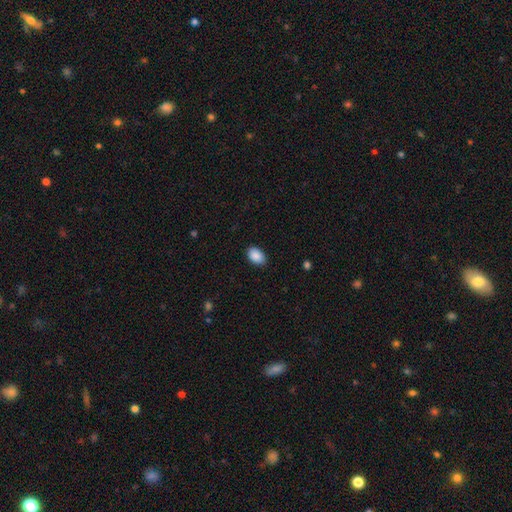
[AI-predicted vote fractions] Smooth or featured?
  - smooth: 90% *
  - star or artifact: 7%
  - featured or disk: 3%
How rounded?
  - in between: 90% *
  - round: 9%
  - cigar-shaped: 1%
Merging?
  - none: 86% *
  - minor disturbance: 11%
  - major disturbance: 2%
  - merger: 1%